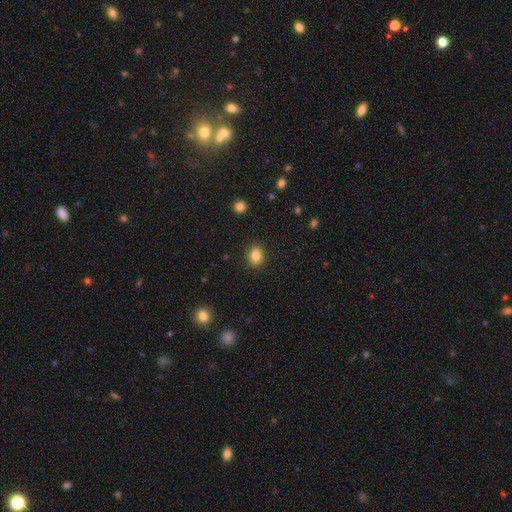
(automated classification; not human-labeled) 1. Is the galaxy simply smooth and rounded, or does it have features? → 85% smooth, 10% star or artifact, 5% featured or disk.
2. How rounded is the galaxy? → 60% in between, 39% round, 1% cigar-shaped.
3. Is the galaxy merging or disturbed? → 89% none, 7% minor disturbance, 2% major disturbance, 1% merger.